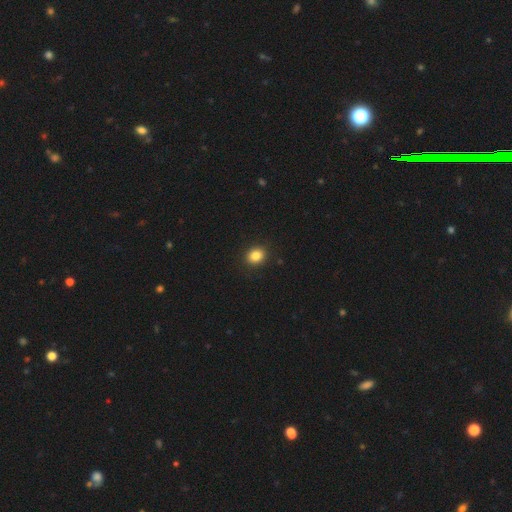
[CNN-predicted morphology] Smooth or featured?
  - smooth: 84% *
  - star or artifact: 10%
  - featured or disk: 5%
How rounded?
  - round: 64% *
  - in between: 36%
  - cigar-shaped: 1%
Merging?
  - none: 91% *
  - minor disturbance: 6%
  - major disturbance: 2%
  - merger: 1%